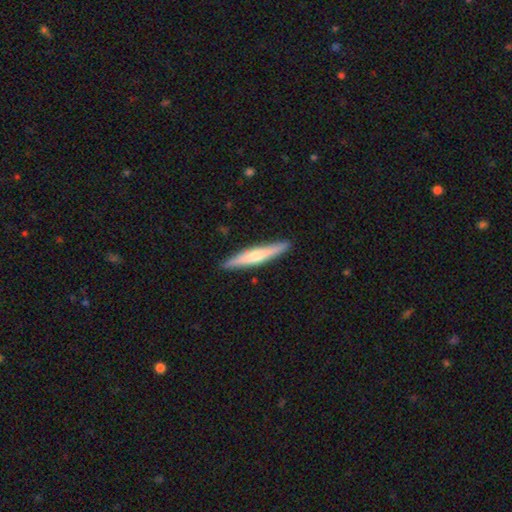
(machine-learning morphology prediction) featured or disk 50%, smooth 45%, star or artifact 5%. Down the decision tree: merging — none (91%).